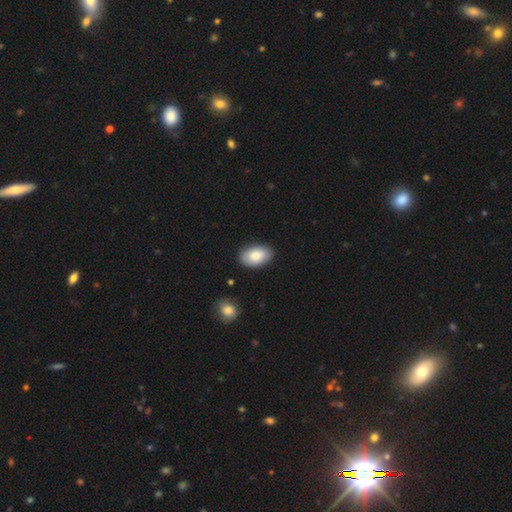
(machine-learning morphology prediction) smooth_or_featured: smooth (p=0.86) [alt: featured or disk p=0.08]
how_rounded: in between (p=0.94) [alt: round p=0.05]
merging: none (p=0.87) [alt: minor disturbance p=0.10]